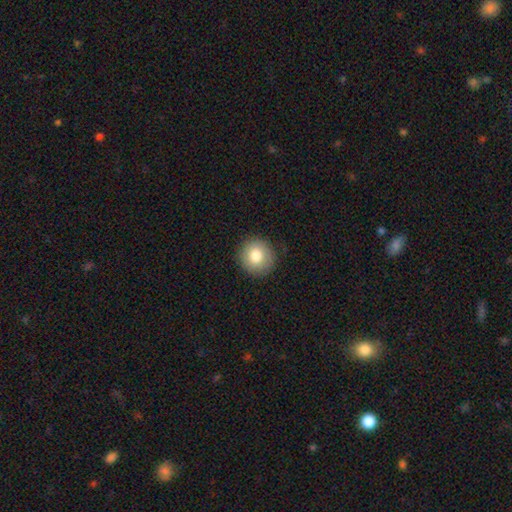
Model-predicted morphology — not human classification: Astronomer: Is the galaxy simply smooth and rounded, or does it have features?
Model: smooth — 81%.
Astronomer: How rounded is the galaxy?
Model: round — 92%.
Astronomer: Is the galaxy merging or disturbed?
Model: none — 89%.